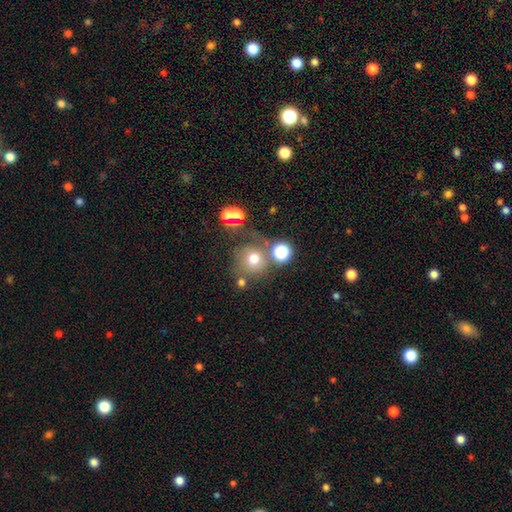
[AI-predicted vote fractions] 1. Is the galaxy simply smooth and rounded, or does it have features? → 62% smooth, 23% star or artifact, 15% featured or disk.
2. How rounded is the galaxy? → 89% round, 10% in between, 1% cigar-shaped.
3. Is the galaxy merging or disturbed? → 60% none, 17% merger, 14% minor disturbance, 9% major disturbance.